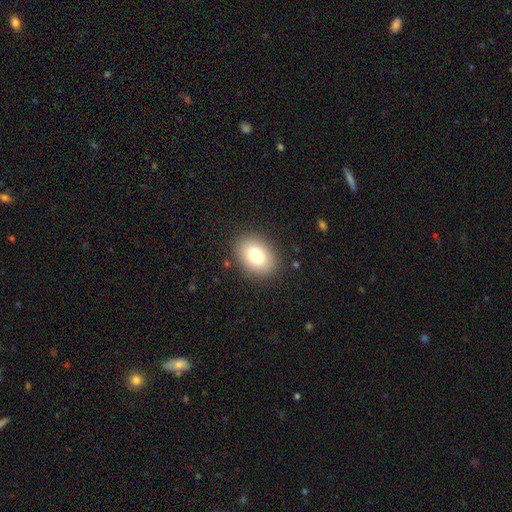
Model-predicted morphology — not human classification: Smooth or featured? smooth (80%)
How rounded? in between (76%)
Merging? none (87%)